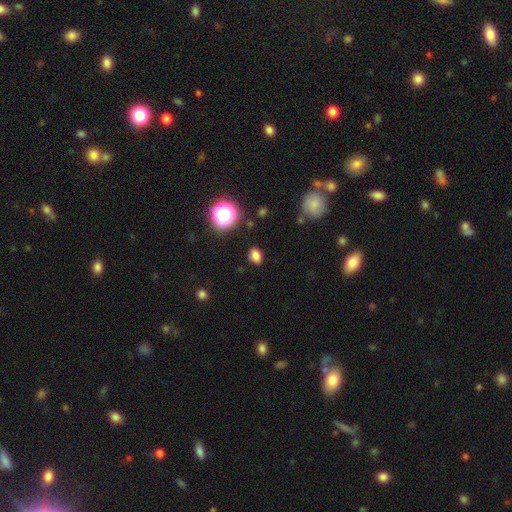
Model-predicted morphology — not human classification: This is likely a smooth galaxy (78%). How rounded: likely in between (70%). Merging: clearly none (84%).